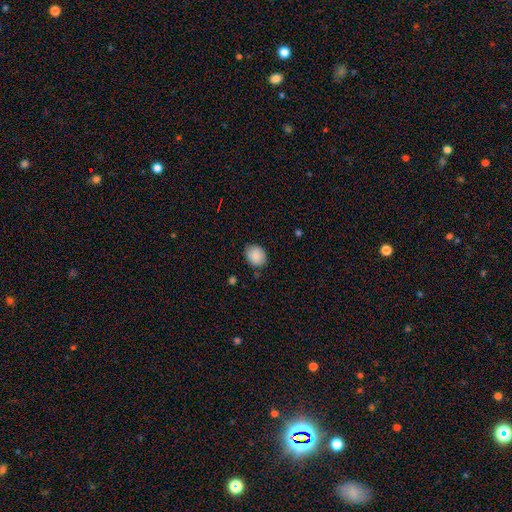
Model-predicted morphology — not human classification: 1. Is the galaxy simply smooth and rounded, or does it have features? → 87% smooth, 7% star or artifact, 6% featured or disk.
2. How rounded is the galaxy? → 51% round, 48% in between, 1% cigar-shaped.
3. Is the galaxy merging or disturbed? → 81% none, 14% minor disturbance, 3% major disturbance, 2% merger.